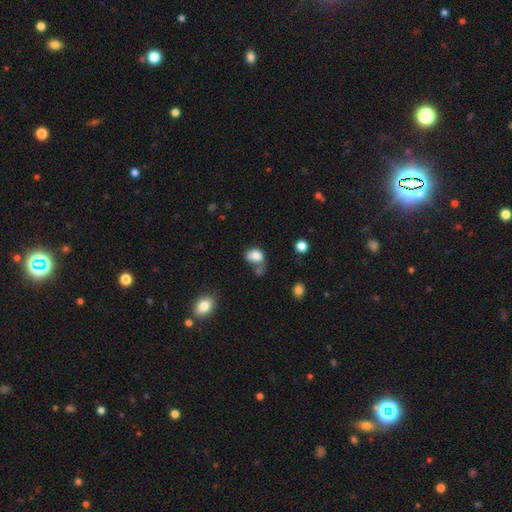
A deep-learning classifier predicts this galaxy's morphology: Smooth or featured? smooth (81%)
How rounded? in between (65%)
Merging? none (36%)